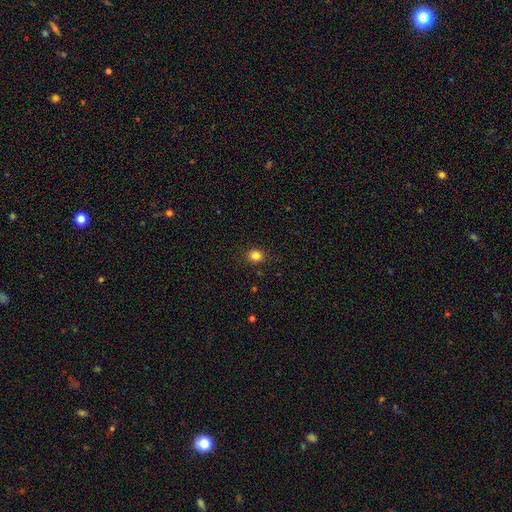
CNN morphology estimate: smooth_or_featured: smooth (p=0.83) [alt: star or artifact p=0.13]
how_rounded: round (p=0.78) [alt: in between p=0.21]
merging: none (p=0.88) [alt: minor disturbance p=0.08]